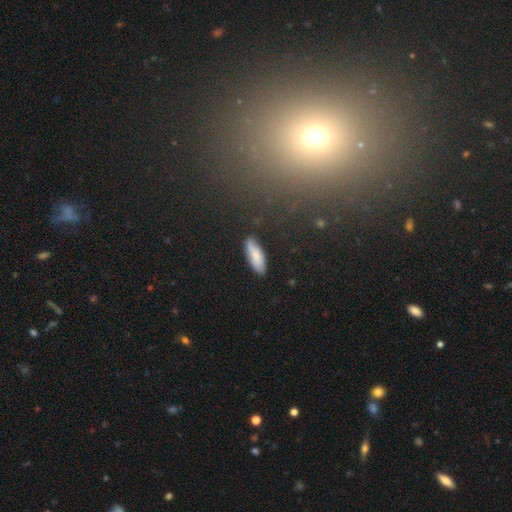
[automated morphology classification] Overall: smooth (77%). How rounded: in between (61%; cigar-shaped 38%). Merging: none (80%).